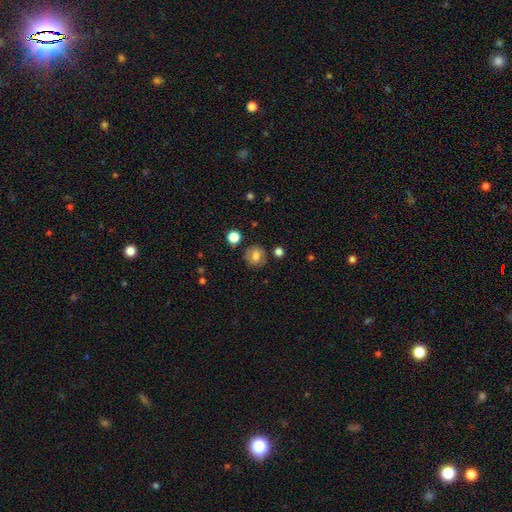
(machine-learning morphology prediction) type=smooth (74%); roundness=round (83%); merging=none (81%).